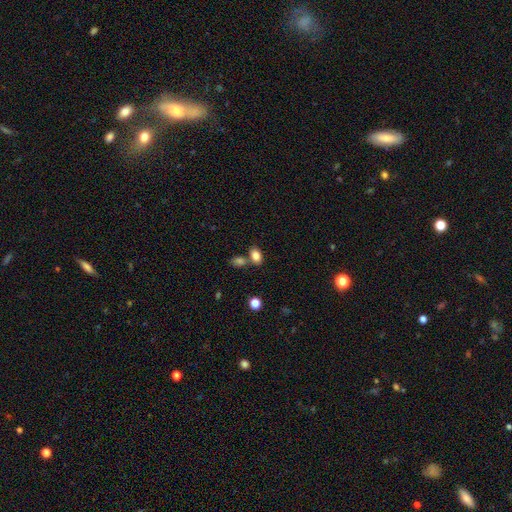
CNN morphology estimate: This is clearly a smooth galaxy (84%). How rounded: clearly in between (84%). Merging: likely none (60%).